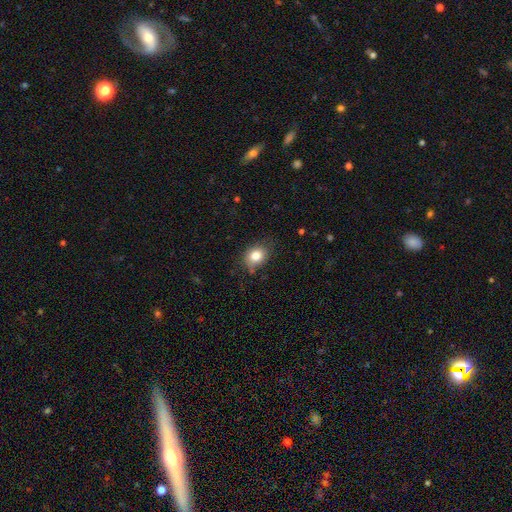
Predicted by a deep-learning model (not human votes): smooth 82%, star or artifact 10%, featured or disk 8%. Down the decision tree: how rounded — in between (50%); merging — none (68%).